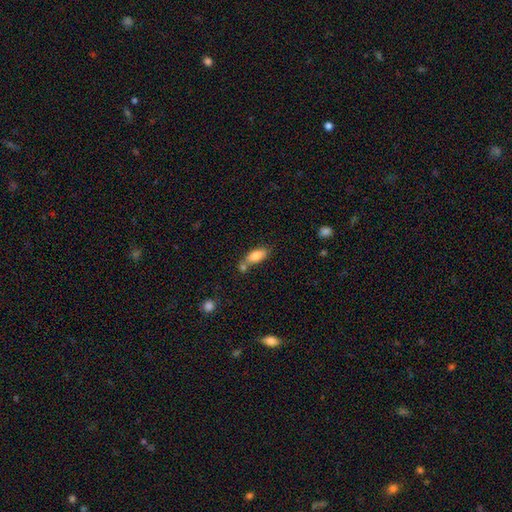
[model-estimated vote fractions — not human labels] Smooth or featured?
  - smooth: 81% *
  - featured or disk: 11%
  - star or artifact: 8%
How rounded?
  - in between: 83% *
  - cigar-shaped: 14%
  - round: 3%
Merging?
  - none: 48% *
  - merger: 33%
  - minor disturbance: 15%
  - major disturbance: 5%